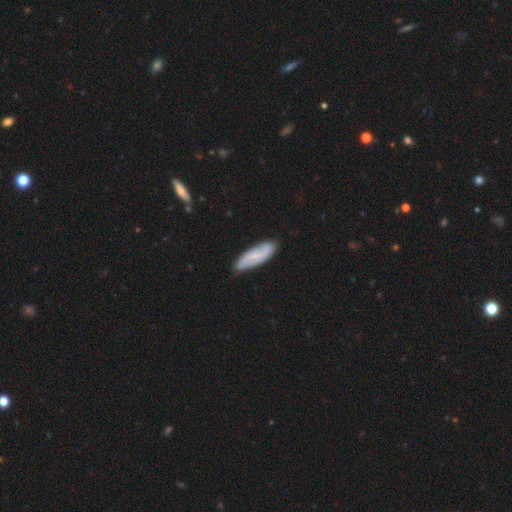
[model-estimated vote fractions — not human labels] Q: Smooth or featured?
A: featured or disk (51%); runner-up: smooth (43%)
Q: Edge-on disk?
A: no (84%); runner-up: yes (16%)
Q: Merging?
A: none (81%); runner-up: minor disturbance (15%)